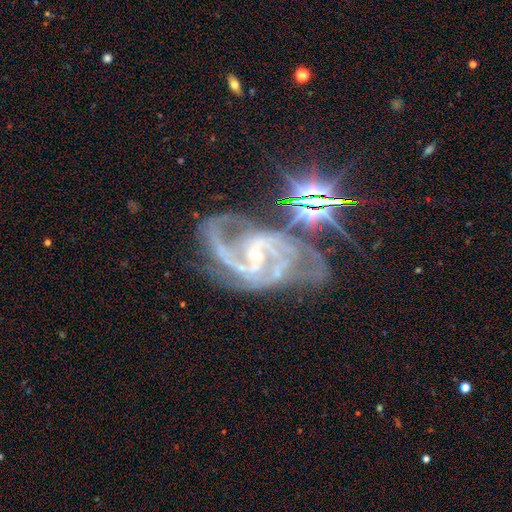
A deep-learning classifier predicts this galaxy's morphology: smooth_or_featured: featured or disk (p=0.88) [alt: star or artifact p=0.09]
disk_edge_on: no (p=0.98) [alt: yes p=0.02]
bar: weak (p=0.38) [alt: no p=0.34]
has_spiral_arms: yes (p=0.98) [alt: no p=0.02]
spiral_winding: medium (p=0.58) [alt: tight p=0.24]
spiral_arm_count: 2 (p=0.56) [alt: 3 p=0.17]
bulge_size: small (p=0.80) [alt: moderate p=0.16]
merging: none (p=0.40) [alt: major disturbance p=0.27]